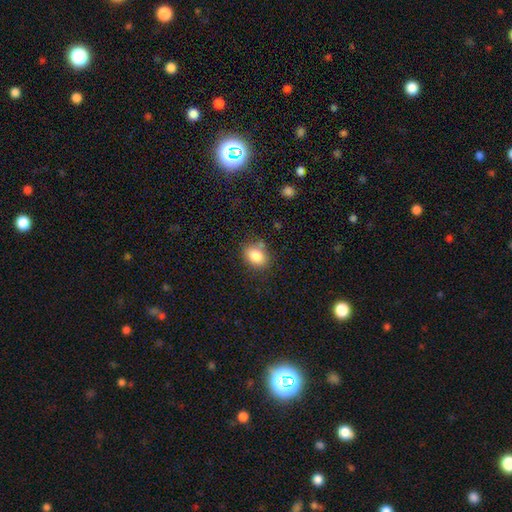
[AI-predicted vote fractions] Morphology: type=smooth (84%); roundness=in between (67%); merging=none (75%).